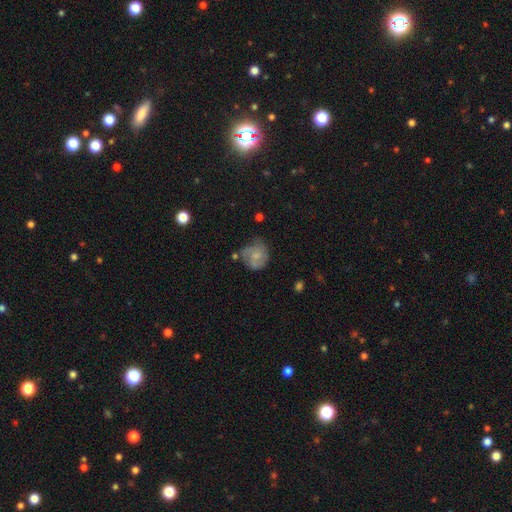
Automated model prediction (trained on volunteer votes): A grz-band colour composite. It shows a smooth galaxy with no disk features (52%) that is round (73%). Merging: none (47%).